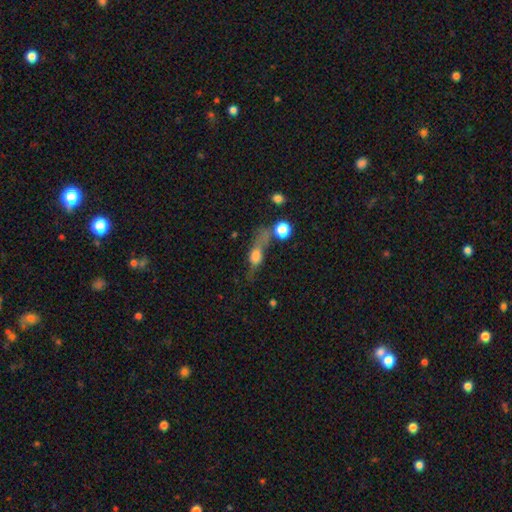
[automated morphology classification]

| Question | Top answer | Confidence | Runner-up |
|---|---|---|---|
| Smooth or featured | smooth | 55% | featured or disk (32%) |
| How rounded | in between | 45% | cigar-shaped (34%) |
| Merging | none | 32% | major disturbance (31%) |